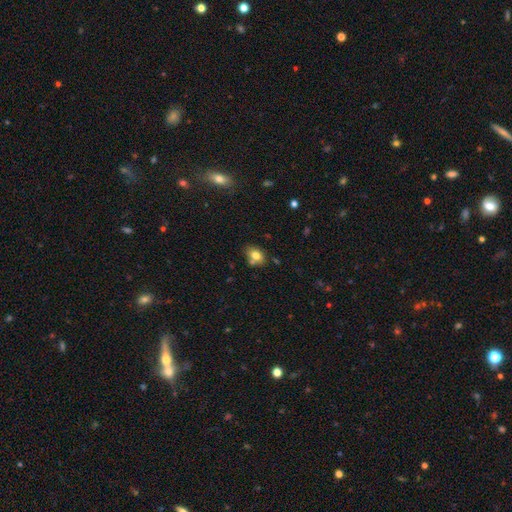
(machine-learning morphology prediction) smooth-or-featured: smooth: 76% | featured or disk: 13% | star or artifact: 11%
  how-rounded: in between: 69% | round: 30% | cigar-shaped: 1%
  merging: none: 63% | minor disturbance: 17% | merger: 16% | major disturbance: 4%